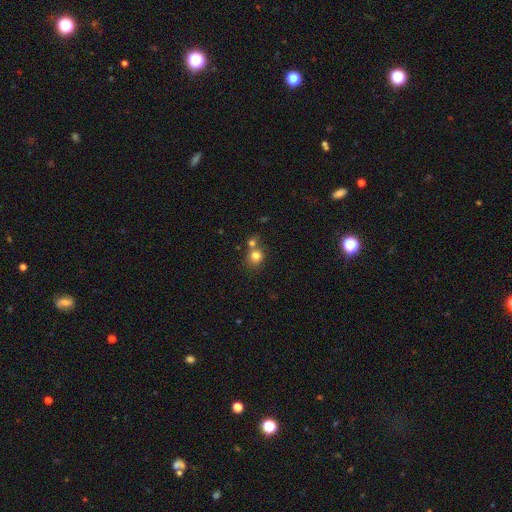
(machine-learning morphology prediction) A smooth galaxy with no disk features (79%) that is round (82%). Merging: none (53%).